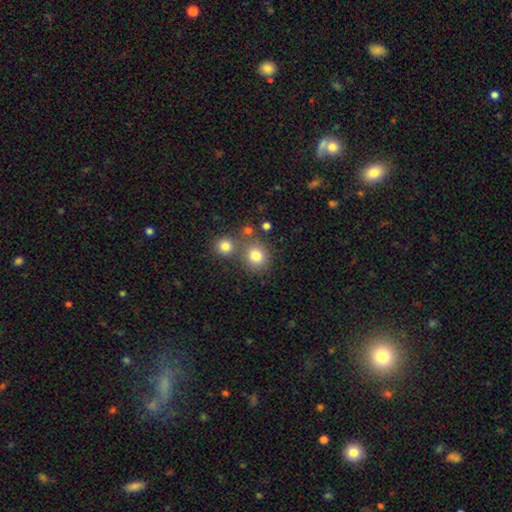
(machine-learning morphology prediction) Smooth or featured? Predicted: smooth (p=0.81). How rounded? Predicted: round (p=0.85). Merging? Predicted: none (p=0.66).